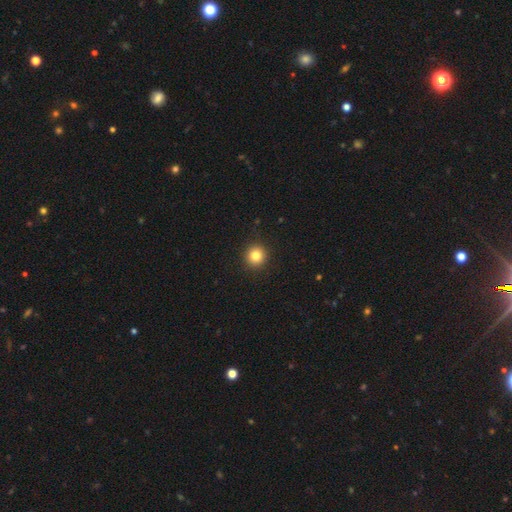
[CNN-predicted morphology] Smooth or featured?
  - smooth: 82% *
  - star or artifact: 11%
  - featured or disk: 6%
How rounded?
  - round: 94% *
  - in between: 6%
  - cigar-shaped: 1%
Merging?
  - none: 92% *
  - minor disturbance: 5%
  - major disturbance: 2%
  - merger: 1%